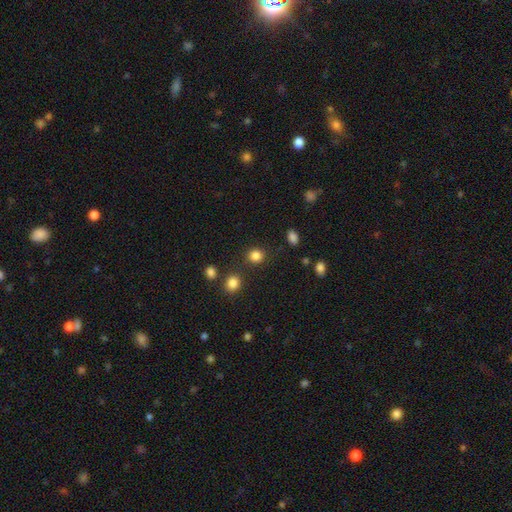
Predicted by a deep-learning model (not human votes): smooth 84%, star or artifact 12%, featured or disk 4%. Down the decision tree: how rounded — round (85%); merging — none (84%).